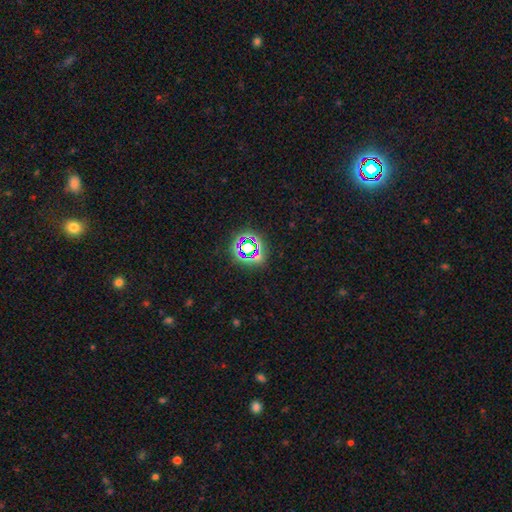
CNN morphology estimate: This is likely a star or artifact rather than a galaxy (68%).